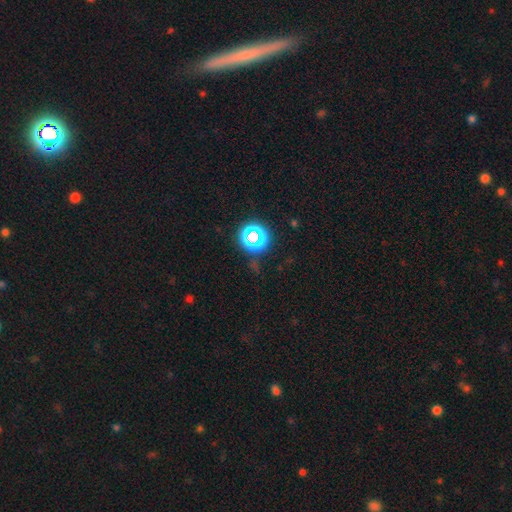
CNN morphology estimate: A smooth galaxy with no disk features (46%).

Vote fractions:
- Smooth or featured? smooth: 46% / star or artifact: 44% / featured or disk: 10%
- Merging? none: 88% / minor disturbance: 7% / major disturbance: 3% / merger: 3%